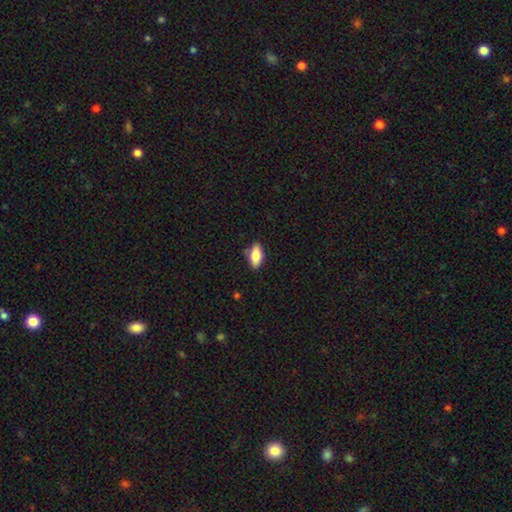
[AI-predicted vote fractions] Morphology: type=smooth (77%); roundness=in between (85%); merging=none (81%).